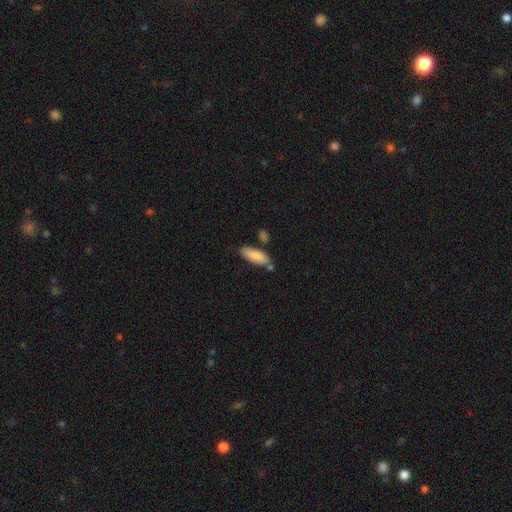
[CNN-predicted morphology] Smooth or featured? Predicted: smooth (p=0.85). How rounded? Predicted: in between (p=0.63). Merging? Predicted: none (p=0.68).